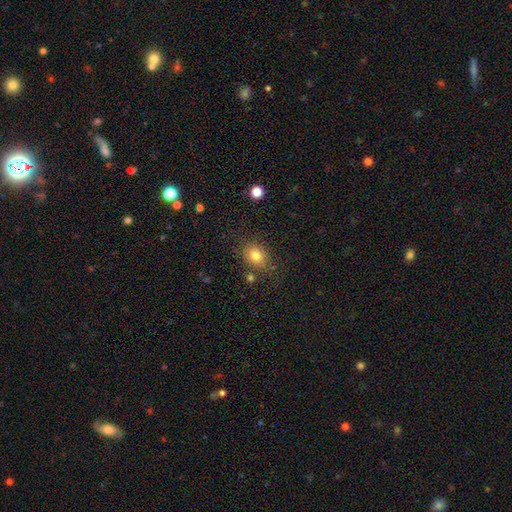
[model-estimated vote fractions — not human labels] Smooth or featured? Predicted: smooth (p=0.81). How rounded? Predicted: in between (p=0.57). Merging? Predicted: none (p=0.76).